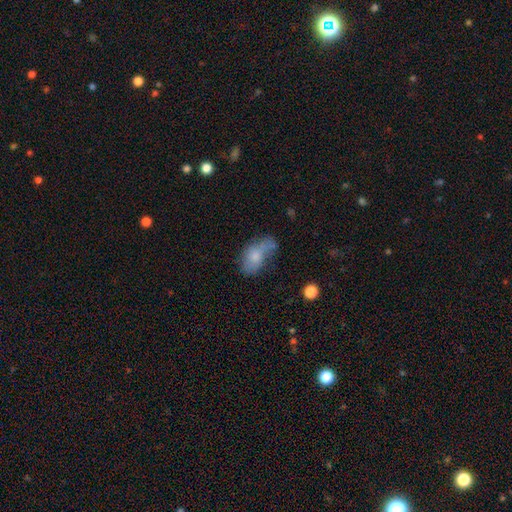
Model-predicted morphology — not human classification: A smooth galaxy with no disk features (68%) that is in between round and cigar-shaped (89%). Merging: none (34%).